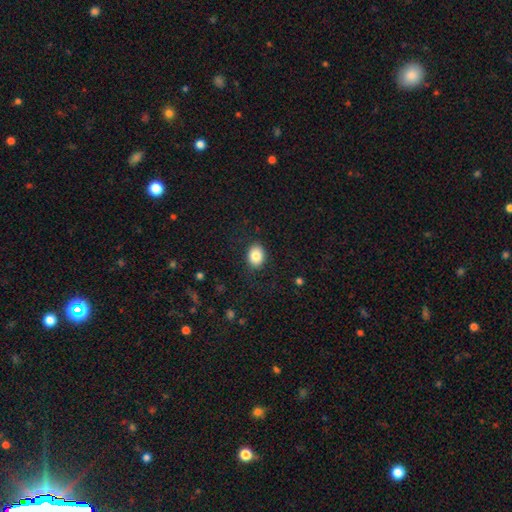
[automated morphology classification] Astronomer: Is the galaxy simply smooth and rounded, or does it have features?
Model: smooth — 85%.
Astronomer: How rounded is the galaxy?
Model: in between — 63%.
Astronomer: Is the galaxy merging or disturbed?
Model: none — 86%.